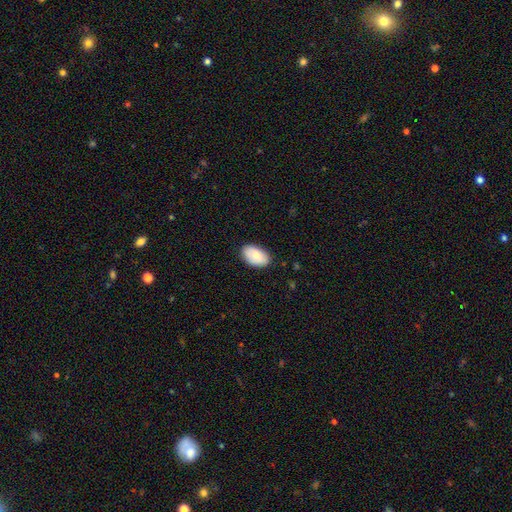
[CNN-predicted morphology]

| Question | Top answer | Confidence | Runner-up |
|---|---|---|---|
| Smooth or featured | smooth | 81% | featured or disk (13%) |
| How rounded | in between | 93% | round (6%) |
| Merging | none | 84% | minor disturbance (13%) |